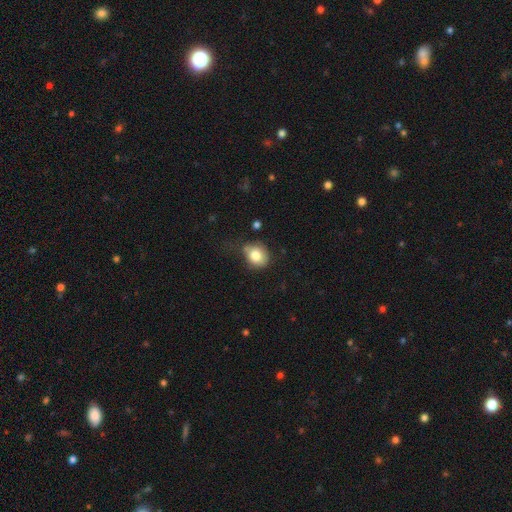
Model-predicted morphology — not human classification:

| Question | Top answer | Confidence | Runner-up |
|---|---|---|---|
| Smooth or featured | smooth | 81% | featured or disk (11%) |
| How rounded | round | 65% | in between (34%) |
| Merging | none | 54% | minor disturbance (30%) |